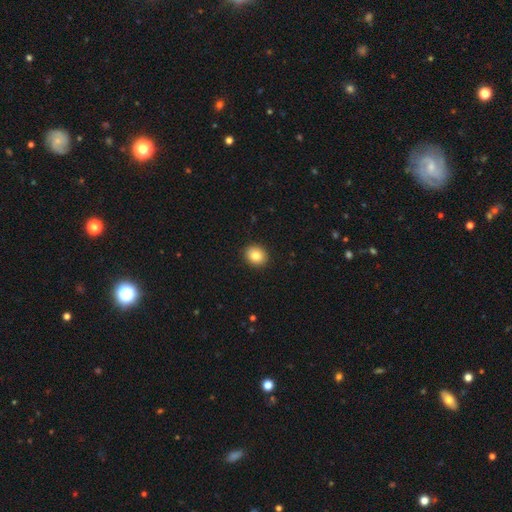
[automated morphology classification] A smooth galaxy with no disk features (83%) that is round (69%).

Vote fractions:
- Smooth or featured? smooth: 83% / star or artifact: 9% / featured or disk: 8%
- How rounded? round: 69% / in between: 30% / cigar-shaped: 1%
- Merging? none: 92% / minor disturbance: 6% / major disturbance: 2% / merger: 1%